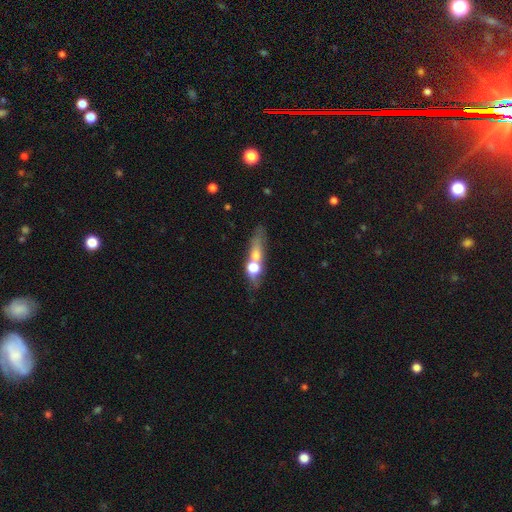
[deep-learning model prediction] Smooth or featured?
  - smooth: 49% *
  - featured or disk: 39%
  - star or artifact: 12%
Merging?
  - merger: 39% * (tied)
  - none: 39% * (tied)
  - minor disturbance: 12%
  - major disturbance: 9%